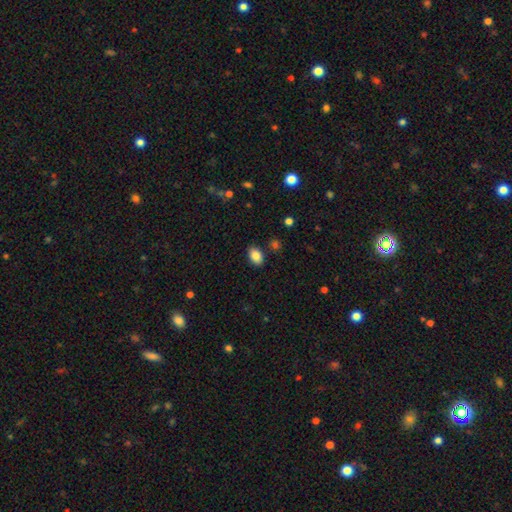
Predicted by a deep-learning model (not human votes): smooth-or-featured: smooth: 86% | star or artifact: 8% | featured or disk: 6%
  how-rounded: in between: 88% | round: 11% | cigar-shaped: 1%
  merging: none: 86% | minor disturbance: 9% | merger: 2% | major disturbance: 2%